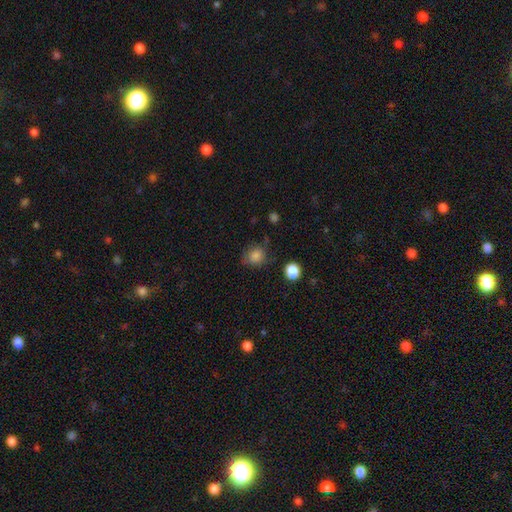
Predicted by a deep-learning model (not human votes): Q: Smooth or featured?
A: smooth (83%); runner-up: star or artifact (10%)
Q: How rounded?
A: round (76%); runner-up: in between (24%)
Q: Merging?
A: none (69%); runner-up: minor disturbance (21%)